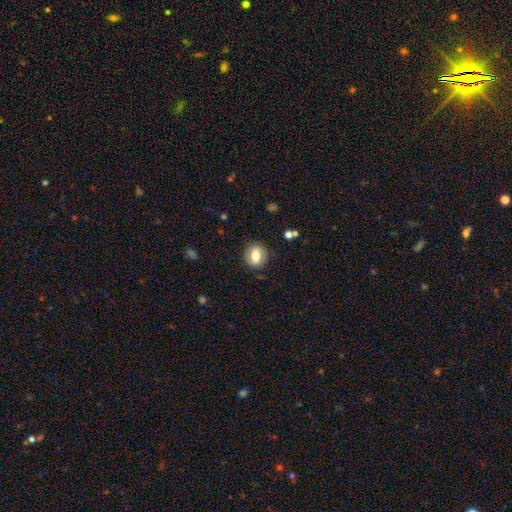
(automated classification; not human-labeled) Q: Smooth or featured?
A: smooth (66%); runner-up: featured or disk (25%)
Q: How rounded?
A: round (67%); runner-up: in between (31%)
Q: Merging?
A: none (84%); runner-up: minor disturbance (11%)